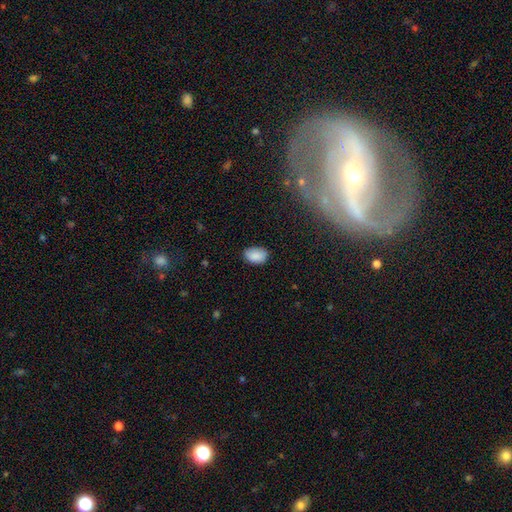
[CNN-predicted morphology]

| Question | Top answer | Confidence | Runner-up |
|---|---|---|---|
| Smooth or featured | smooth | 88% | star or artifact (7%) |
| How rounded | in between | 87% | round (12%) |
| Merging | none | 80% | minor disturbance (16%) |